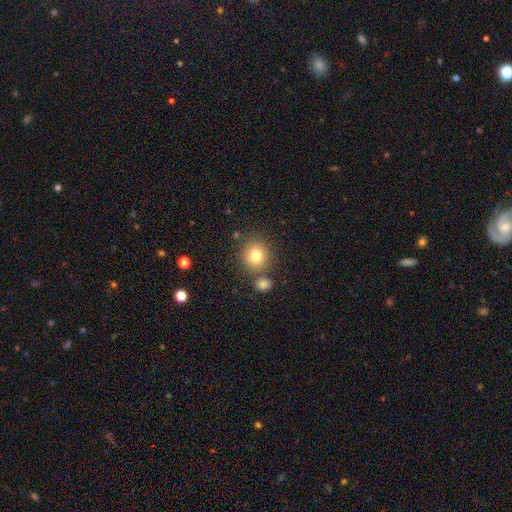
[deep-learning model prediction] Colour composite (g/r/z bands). It shows a smooth galaxy with no disk features (78%) that is round (90%). Merging: none (77%).